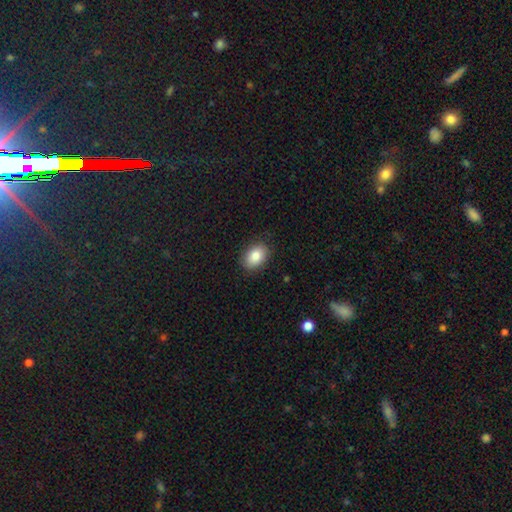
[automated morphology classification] This is clearly a smooth galaxy (85%). How rounded: clearly in between (83%). Merging: clearly none (87%).